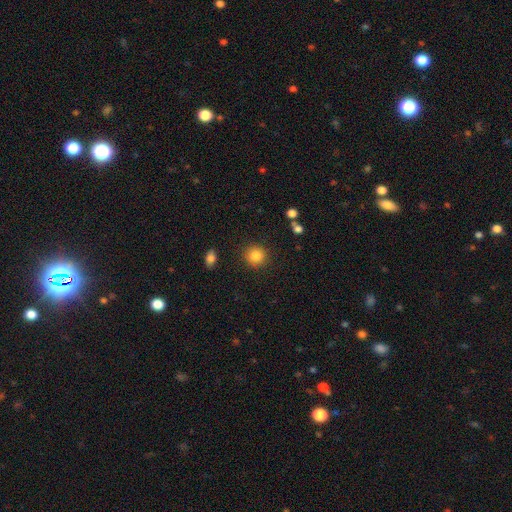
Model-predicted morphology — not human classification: smooth 85%, star or artifact 10%, featured or disk 5%. Down the decision tree: how rounded — round (89%); merging — none (89%).